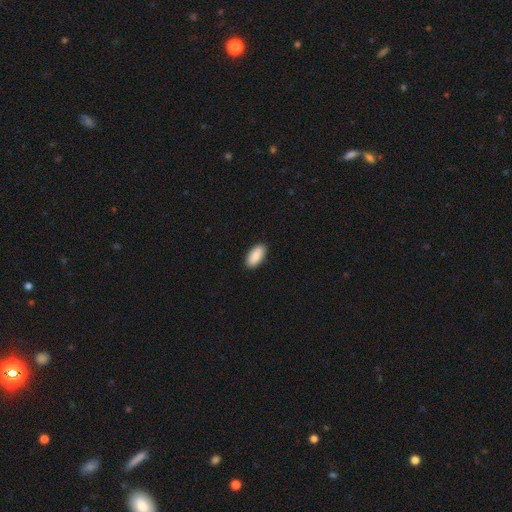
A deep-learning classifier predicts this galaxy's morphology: type=smooth (89%); roundness=in between (93%); merging=none (91%).